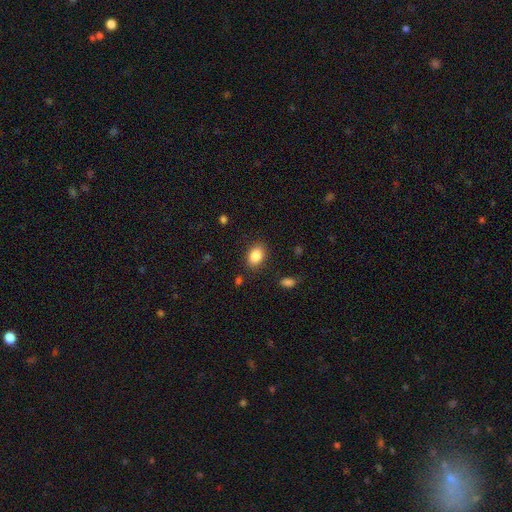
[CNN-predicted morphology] Smooth or featured? Predicted: smooth (p=0.86). How rounded? Predicted: in between (p=0.80). Merging? Predicted: none (p=0.84).